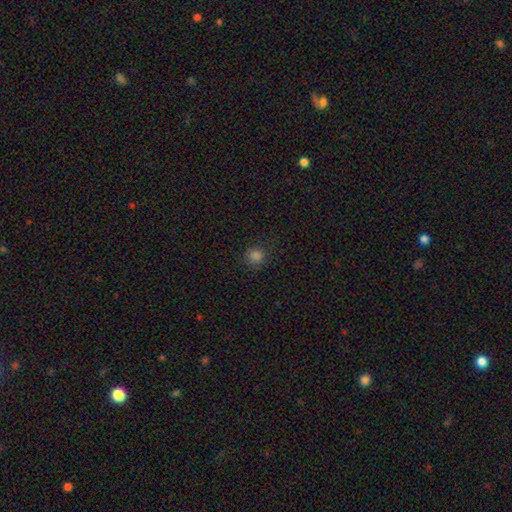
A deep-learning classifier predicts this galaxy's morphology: smooth-or-featured: smooth: 80% | star or artifact: 16% | featured or disk: 4%
  how-rounded: round: 91% | in between: 8% | cigar-shaped: 1%
  merging: none: 87% | minor disturbance: 9% | major disturbance: 3% | merger: 1%